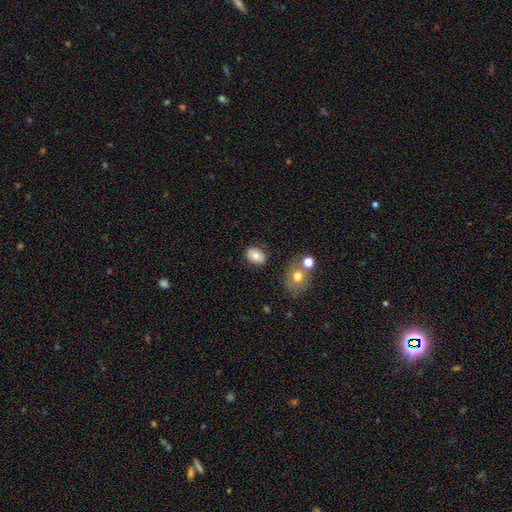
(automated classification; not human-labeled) Smooth or featured? smooth (78%)
How rounded? in between (76%)
Merging? none (82%)